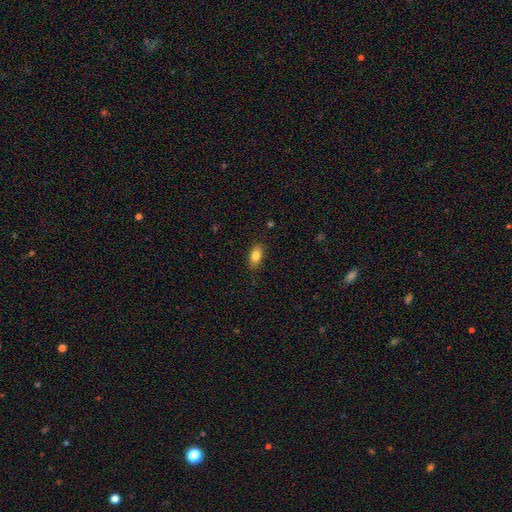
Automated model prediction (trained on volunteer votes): The model was most divided on "merging": none: 85%, minor disturbance: 12%, major disturbance: 2%, merger: 1%. More confident: how rounded — in between (87%); smooth or featured — smooth (83%).